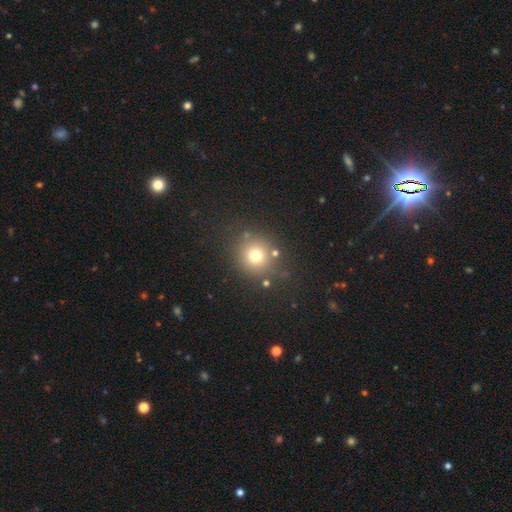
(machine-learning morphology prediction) Overall: smooth (73%). How rounded: round (90%). Merging: none (81%).